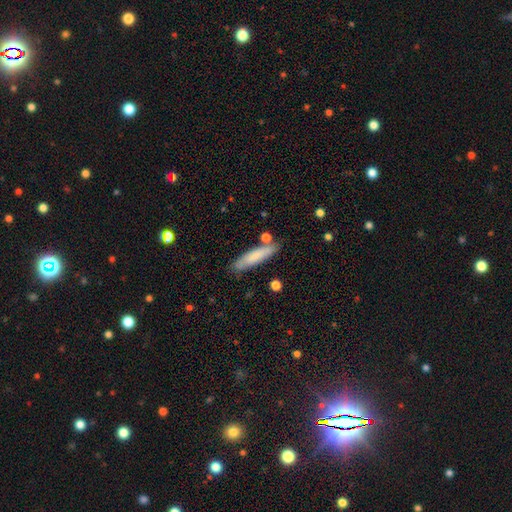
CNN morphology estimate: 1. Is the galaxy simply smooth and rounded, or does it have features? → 76% smooth, 17% featured or disk, 7% star or artifact.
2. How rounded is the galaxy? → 81% cigar-shaped, 18% in between, 1% round.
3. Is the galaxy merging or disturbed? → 79% none, 13% minor disturbance, 5% merger, 3% major disturbance.